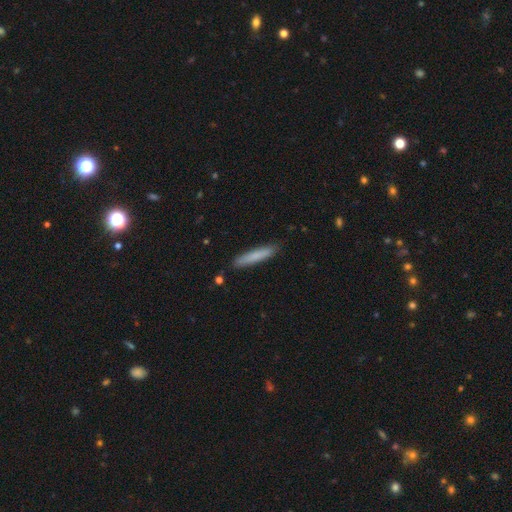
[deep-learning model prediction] The model was most divided on "smooth or featured": smooth: 80%, featured or disk: 14%, star or artifact: 6%. More confident: how rounded — cigar-shaped (92%); merging — none (88%).